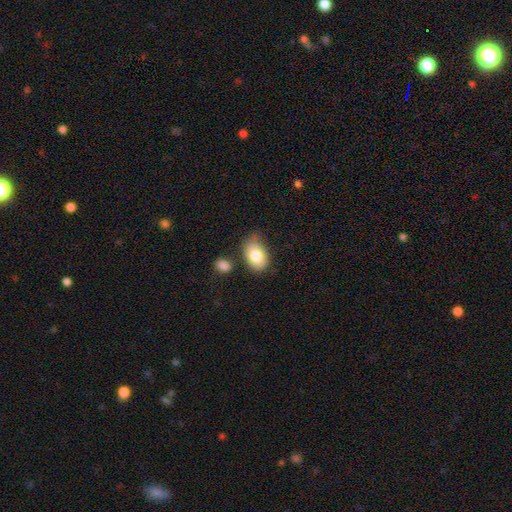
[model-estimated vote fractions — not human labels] The model was most divided on "merging": none: 64%, minor disturbance: 23%, merger: 8%, major disturbance: 5%. More confident: how rounded — in between (87%); smooth or featured — smooth (81%).